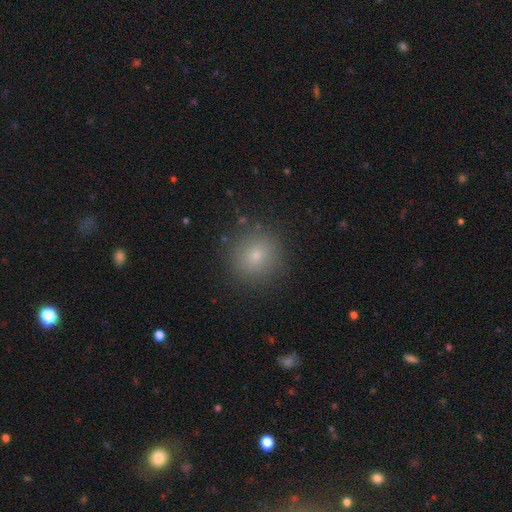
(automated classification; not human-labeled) Morphology: type=smooth (76%); roundness=round (91%); merging=none (88%).